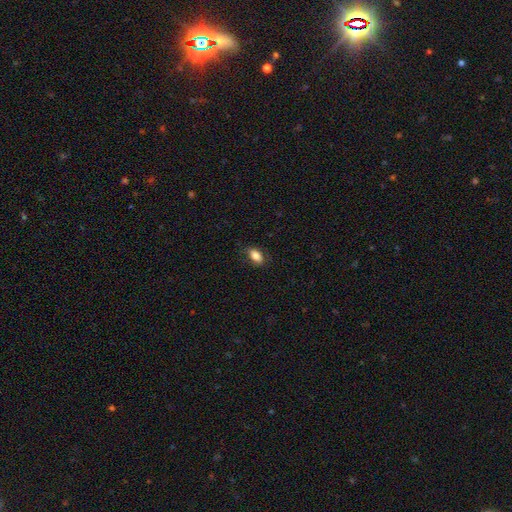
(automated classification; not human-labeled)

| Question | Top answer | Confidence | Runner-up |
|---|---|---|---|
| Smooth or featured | smooth | 84% | featured or disk (8%) |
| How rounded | in between | 89% | round (7%) |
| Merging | none | 80% | minor disturbance (16%) |